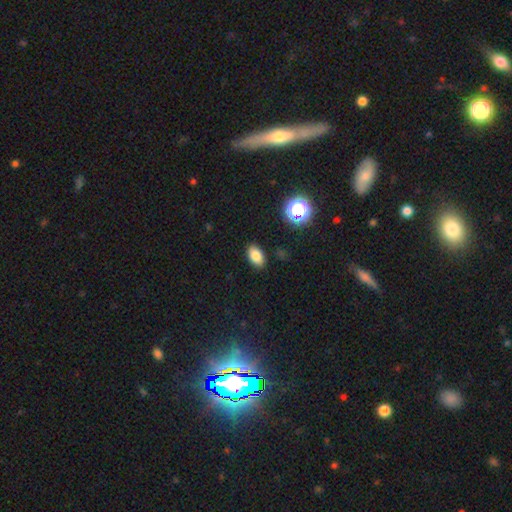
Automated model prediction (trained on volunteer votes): smooth-or-featured: smooth: 81% | star or artifact: 12% | featured or disk: 6%
  how-rounded: in between: 90% | round: 9% | cigar-shaped: 2%
  merging: none: 87% | minor disturbance: 9% | major disturbance: 2% | merger: 1%